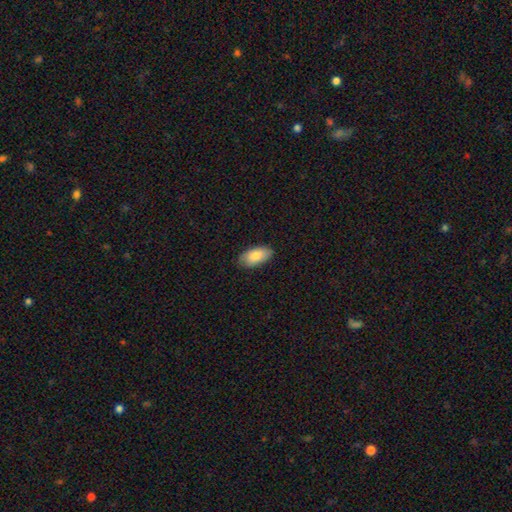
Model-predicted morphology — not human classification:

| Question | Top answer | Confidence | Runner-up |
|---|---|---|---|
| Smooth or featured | smooth | 85% | featured or disk (9%) |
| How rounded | in between | 93% | cigar-shaped (5%) |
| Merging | none | 85% | minor disturbance (11%) |